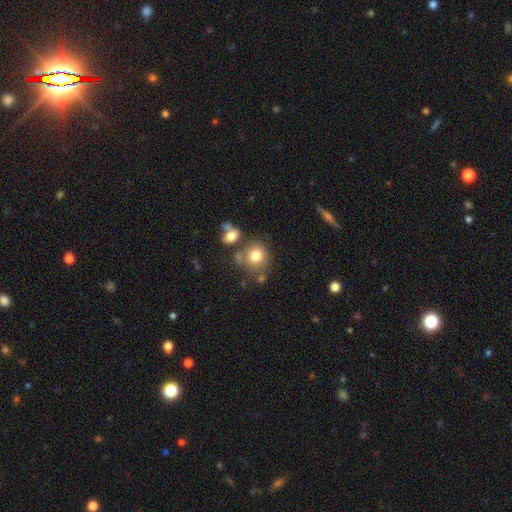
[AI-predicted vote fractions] Q: Smooth or featured?
A: smooth (78%); runner-up: featured or disk (12%)
Q: How rounded?
A: round (83%); runner-up: in between (16%)
Q: Merging?
A: none (61%); runner-up: merger (21%)